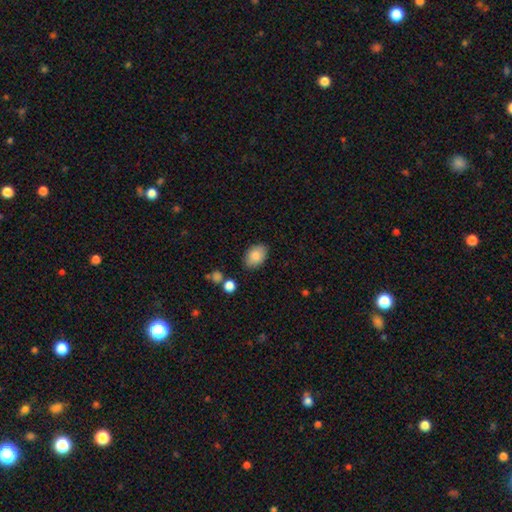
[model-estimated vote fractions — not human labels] This is clearly a smooth galaxy (86%). How rounded: clearly in between (84%). Merging: clearly none (83%).